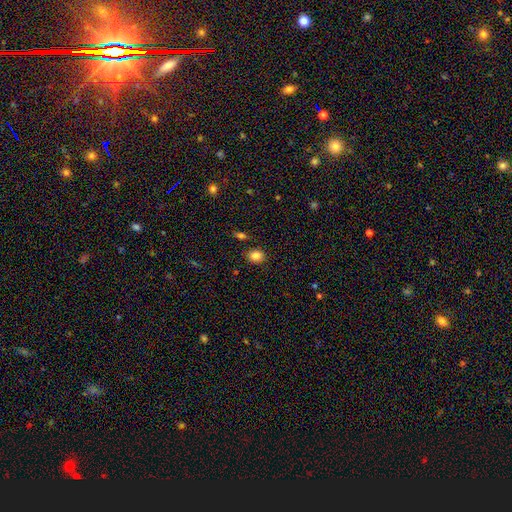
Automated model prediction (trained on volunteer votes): Overall: smooth (84%). How rounded: round (56%; in between 43%). Merging: none (84%).